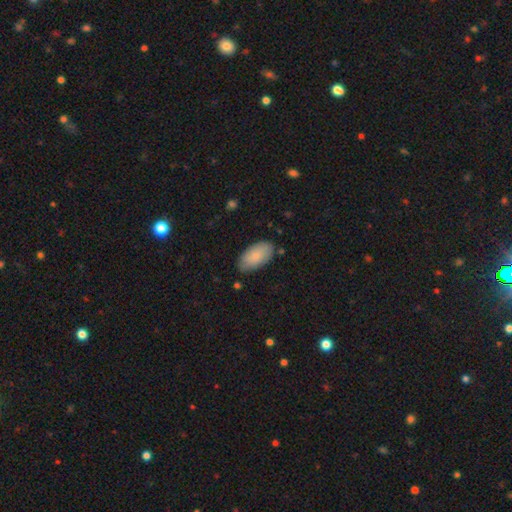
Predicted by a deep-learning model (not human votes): Overall: smooth (82%). How rounded: in between (95%). Merging: none (79%).